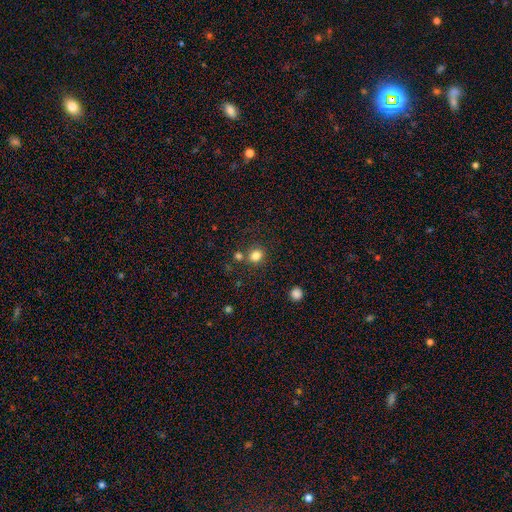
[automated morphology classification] smooth-or-featured: smooth: 81% | star or artifact: 13% | featured or disk: 6%
  how-rounded: round: 75% | in between: 24% | cigar-shaped: 1%
  merging: none: 73% | merger: 14% | minor disturbance: 10% | major disturbance: 3%